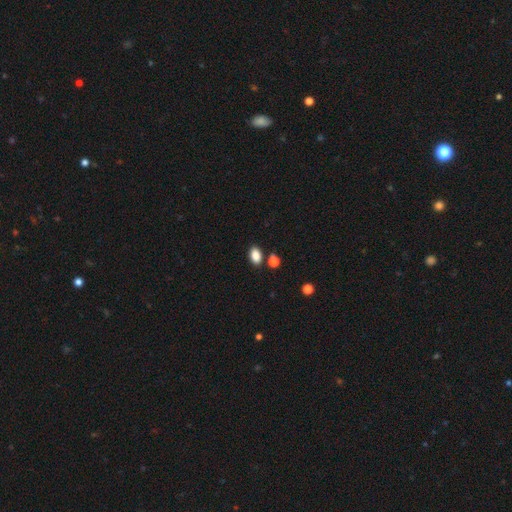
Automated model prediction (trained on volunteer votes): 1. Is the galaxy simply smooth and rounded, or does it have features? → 87% smooth, 9% star or artifact, 4% featured or disk.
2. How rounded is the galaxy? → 87% in between, 11% round, 2% cigar-shaped.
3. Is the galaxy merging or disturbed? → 79% none, 10% minor disturbance, 8% merger, 3% major disturbance.